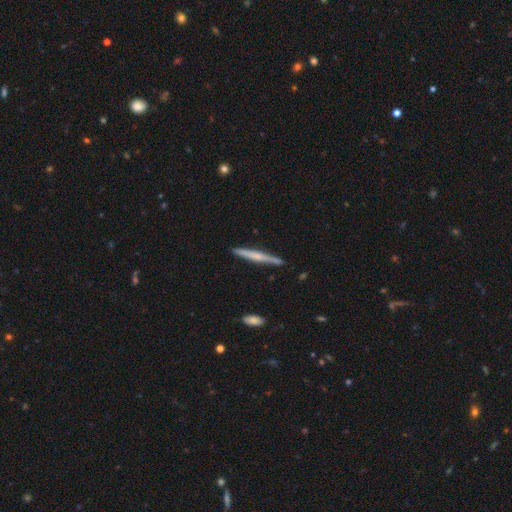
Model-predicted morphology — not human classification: Overall: featured or disk (52%; smooth 42%). Edge-on disk: yes (97%). Edge-on bulge: rounded (51%; none 37%). Merging: none (88%).